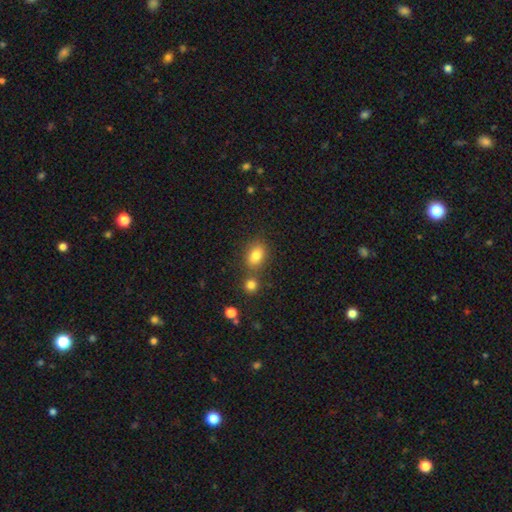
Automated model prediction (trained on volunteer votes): The model was most divided on "merging": none: 65%, merger: 19%, minor disturbance: 12%, major disturbance: 4%. More confident: smooth or featured — smooth (83%); how rounded — in between (78%).